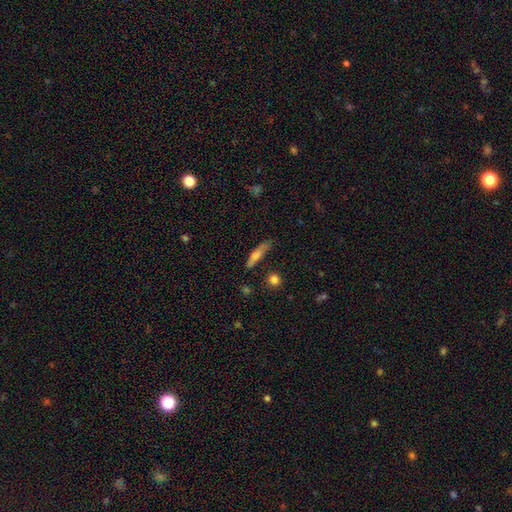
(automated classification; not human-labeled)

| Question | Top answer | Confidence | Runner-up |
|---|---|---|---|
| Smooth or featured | smooth | 58% | featured or disk (33%) |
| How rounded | cigar-shaped | 80% | in between (17%) |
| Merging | none | 69% | minor disturbance (21%) |